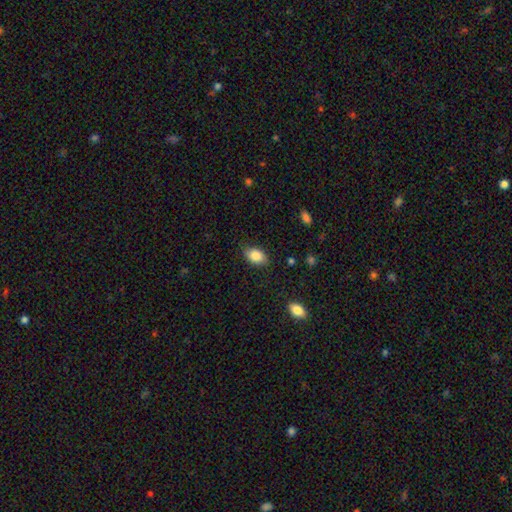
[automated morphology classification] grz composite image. It shows a smooth galaxy with no disk features (86%) that is in between round and cigar-shaped (89%). Merging: none (83%).